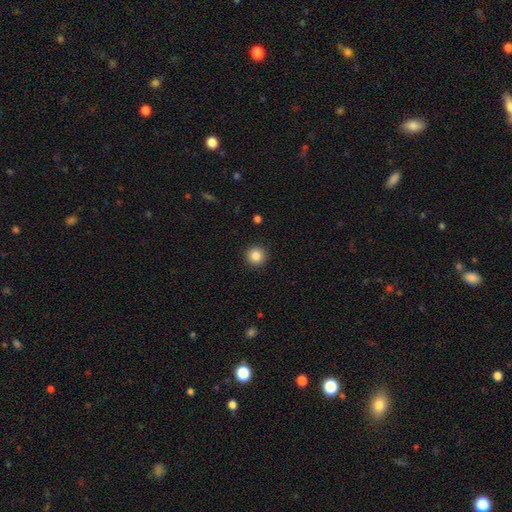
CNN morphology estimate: smooth-or-featured: smooth: 85% | star or artifact: 10% | featured or disk: 5%
  how-rounded: round: 95% | in between: 4% | cigar-shaped: 1%
  merging: none: 93% | minor disturbance: 5% | major disturbance: 2% | merger: 1%